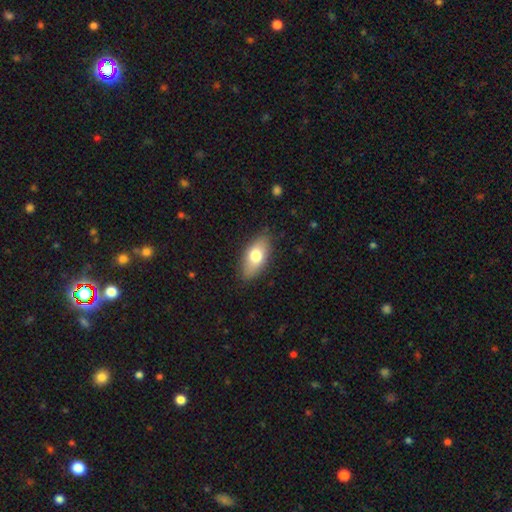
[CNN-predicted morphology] type=smooth (73%); roundness=in between (88%); merging=none (83%).